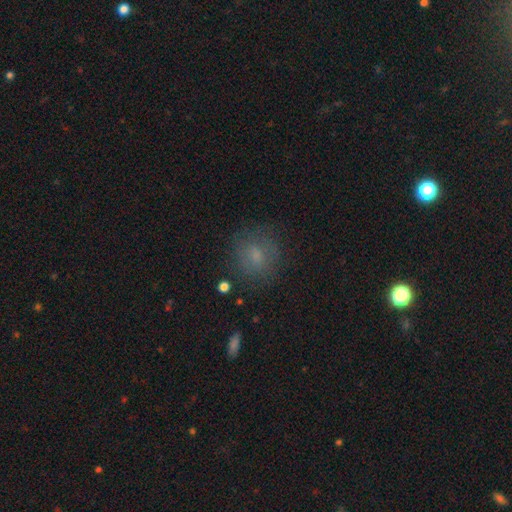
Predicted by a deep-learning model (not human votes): Overall: smooth (69%). How rounded: round (80%). Merging: none (78%).